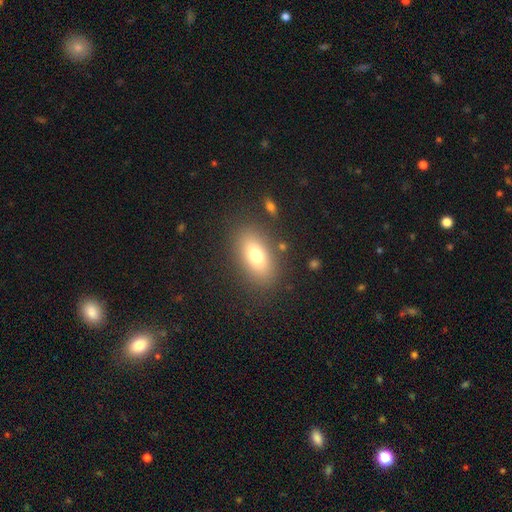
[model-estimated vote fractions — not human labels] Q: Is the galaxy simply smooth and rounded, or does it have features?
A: smooth — 74%.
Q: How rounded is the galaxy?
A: in between — 84%.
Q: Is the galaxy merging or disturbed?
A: none — 83%.